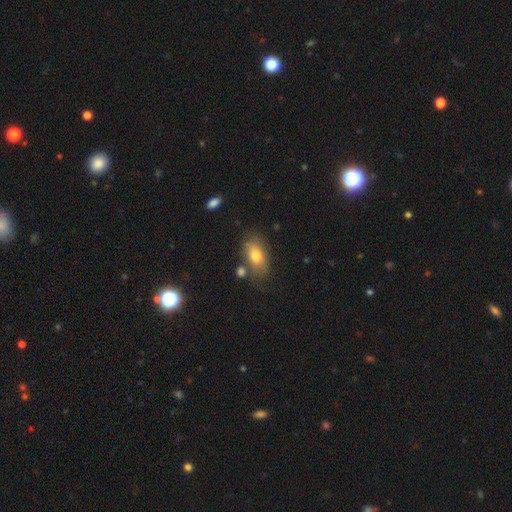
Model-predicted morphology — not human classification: A smooth galaxy with no disk features (74%) that is in between round and cigar-shaped (88%).

Vote fractions:
- Smooth or featured? smooth: 74% / featured or disk: 18% / star or artifact: 8%
- How rounded? in between: 88% / round: 9% / cigar-shaped: 3%
- Merging? none: 64% / minor disturbance: 20% / merger: 10% / major disturbance: 6%